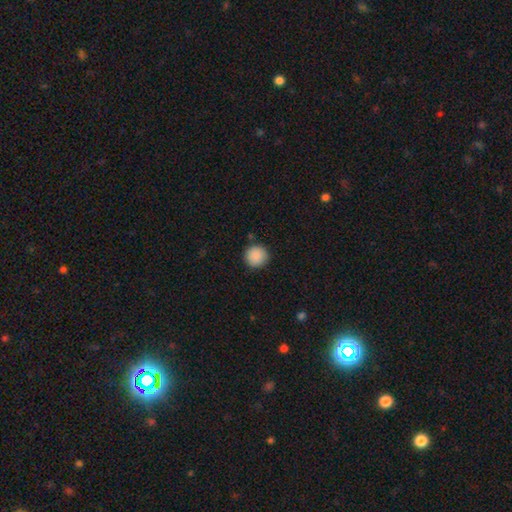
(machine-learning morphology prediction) Q: Smooth or featured?
A: smooth (89%); runner-up: star or artifact (8%)
Q: How rounded?
A: round (95%); runner-up: in between (4%)
Q: Merging?
A: none (88%); runner-up: minor disturbance (8%)